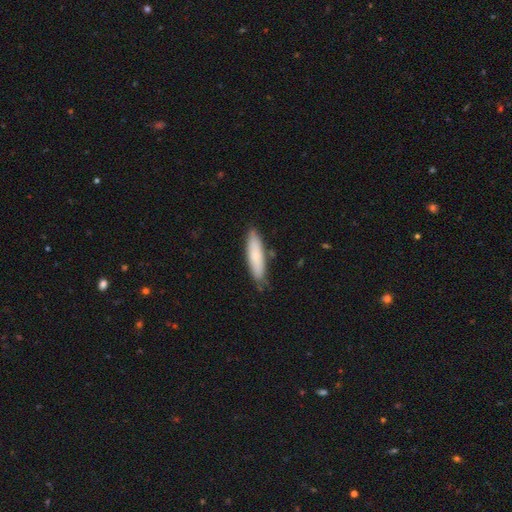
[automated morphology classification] Smooth or featured? smooth (78%)
How rounded? cigar-shaped (75%)
Merging? none (81%)